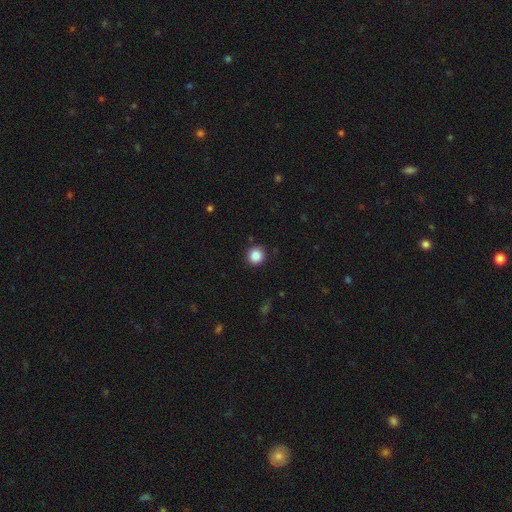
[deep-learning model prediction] Smooth or featured? smooth (87%)
How rounded? round (93%)
Merging? none (91%)